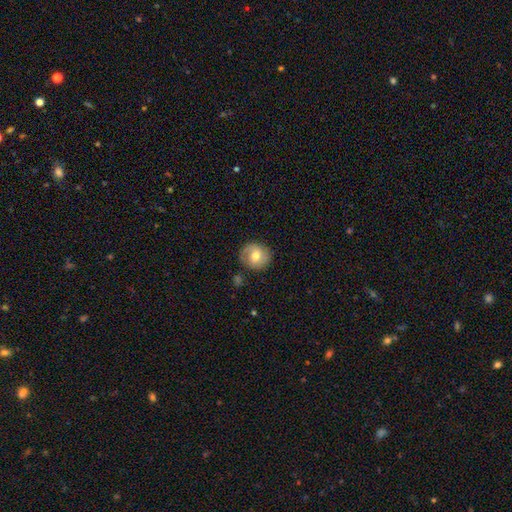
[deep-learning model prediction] Overall: smooth (59%; featured or disk 33%). How rounded: round (82%). Merging: none (80%).